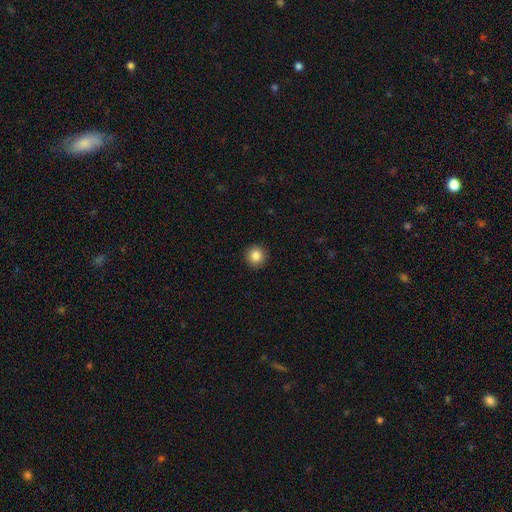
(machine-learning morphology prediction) This is clearly a smooth galaxy (86%). How rounded: clearly round (94%). Merging: clearly none (93%).